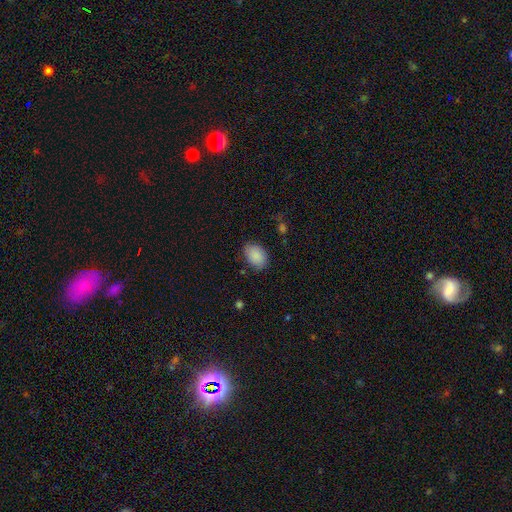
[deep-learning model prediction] A smooth galaxy with no disk features (88%) that is in between round and cigar-shaped (83%).

Vote fractions:
- Smooth or featured? smooth: 88% / star or artifact: 7% / featured or disk: 5%
- How rounded? in between: 83% / round: 16% / cigar-shaped: 1%
- Merging? none: 76% / minor disturbance: 18% / major disturbance: 4% / merger: 2%